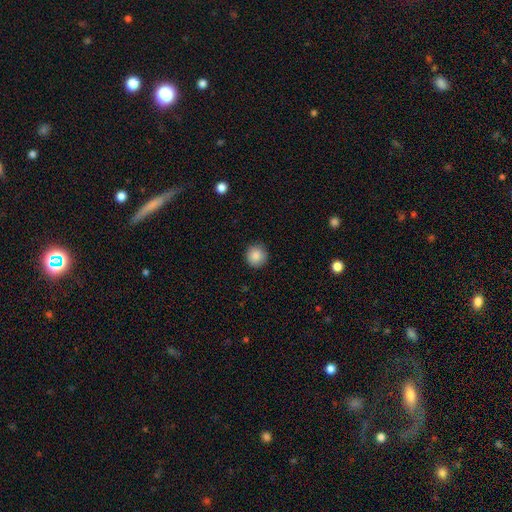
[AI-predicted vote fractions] This is clearly a smooth galaxy (87%). How rounded: clearly round (94%). Merging: clearly none (90%).